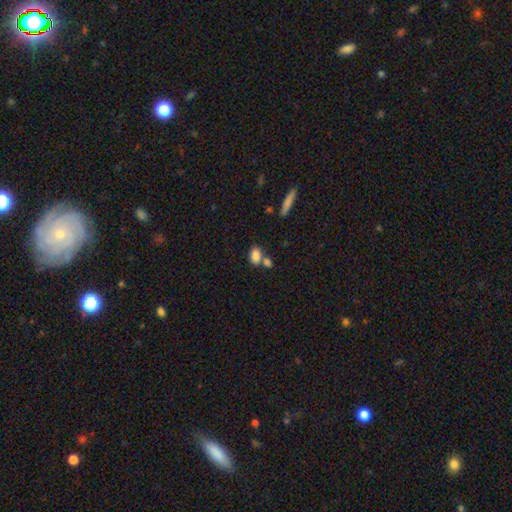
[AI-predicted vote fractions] Smooth or featured? smooth (84%)
How rounded? in between (83%)
Merging? none (50%)